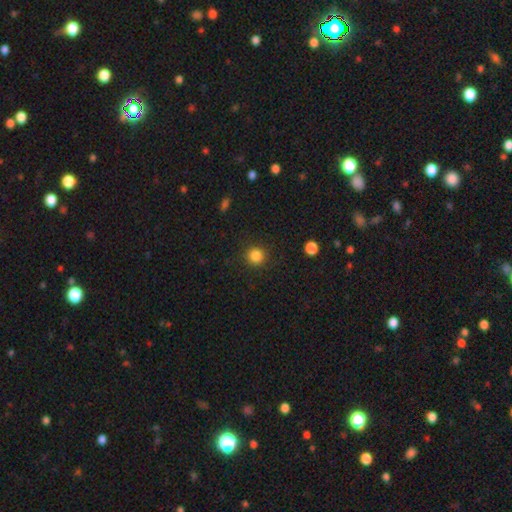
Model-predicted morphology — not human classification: A smooth galaxy with no disk features (85%) that is round (93%).

Vote fractions:
- Smooth or featured? smooth: 85% / star or artifact: 12% / featured or disk: 4%
- How rounded? round: 93% / in between: 6% / cigar-shaped: 1%
- Merging? none: 90% / minor disturbance: 6% / major disturbance: 3% / merger: 1%